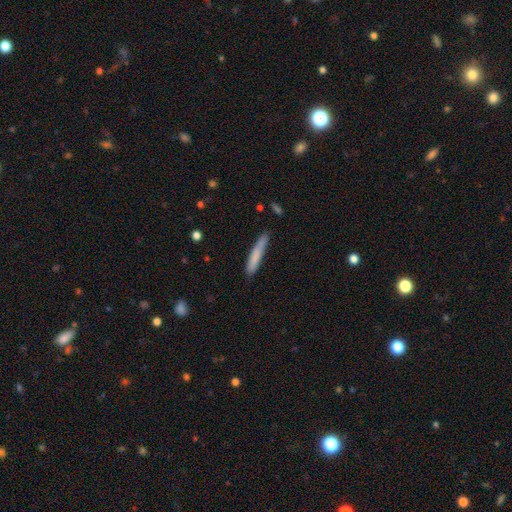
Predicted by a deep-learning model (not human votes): Smooth or featured? Predicted: smooth (p=0.76). How rounded? Predicted: cigar-shaped (p=0.94). Merging? Predicted: none (p=0.79).